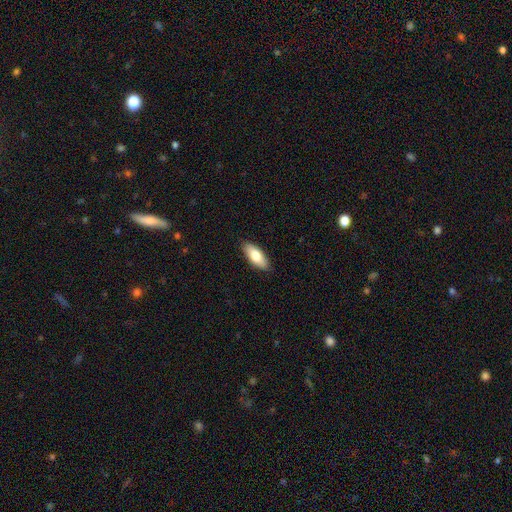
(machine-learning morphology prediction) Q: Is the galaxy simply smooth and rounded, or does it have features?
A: smooth — 78%.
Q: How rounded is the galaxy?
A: in between — 79%.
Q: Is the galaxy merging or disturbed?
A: none — 89%.